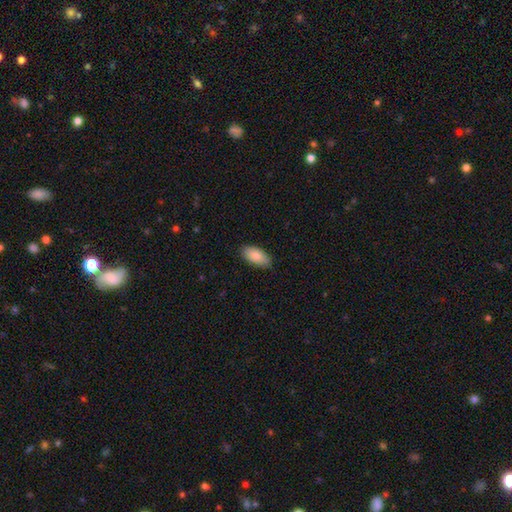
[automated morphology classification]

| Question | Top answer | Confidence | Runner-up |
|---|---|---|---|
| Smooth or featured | smooth | 87% | featured or disk (7%) |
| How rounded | in between | 93% | cigar-shaped (5%) |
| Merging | none | 86% | minor disturbance (11%) |